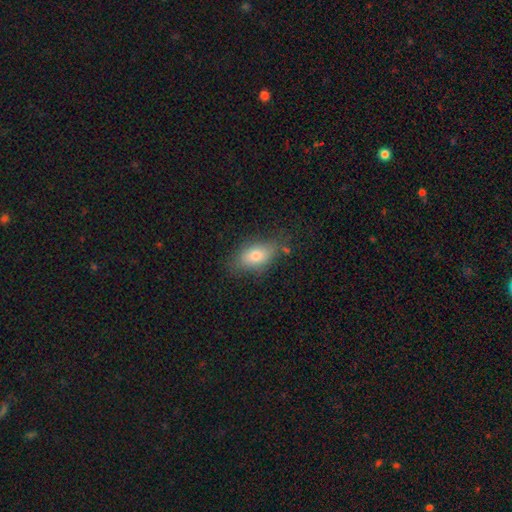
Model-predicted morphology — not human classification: Q: Smooth or featured?
A: smooth (76%); runner-up: featured or disk (15%)
Q: How rounded?
A: in between (87%); runner-up: round (9%)
Q: Merging?
A: none (67%); runner-up: minor disturbance (23%)